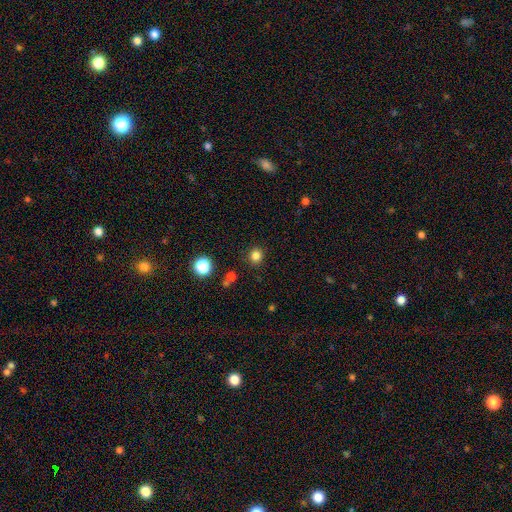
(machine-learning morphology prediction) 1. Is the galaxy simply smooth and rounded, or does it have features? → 82% smooth, 14% star or artifact, 4% featured or disk.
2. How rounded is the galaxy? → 88% round, 12% in between, 1% cigar-shaped.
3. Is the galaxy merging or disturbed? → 90% none, 6% minor disturbance, 2% major disturbance, 2% merger.